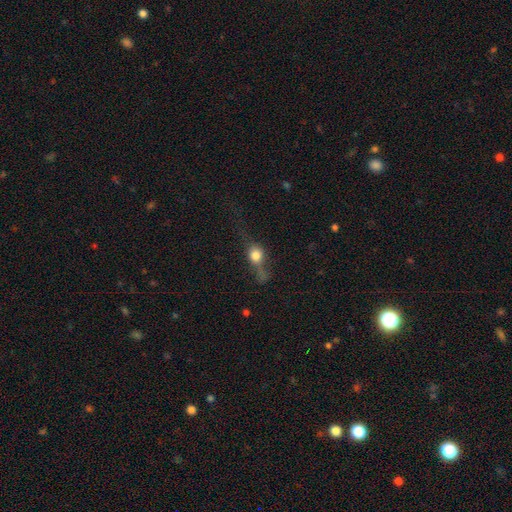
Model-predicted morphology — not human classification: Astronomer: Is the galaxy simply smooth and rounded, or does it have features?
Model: smooth — 59%.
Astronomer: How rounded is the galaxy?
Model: round — 61%.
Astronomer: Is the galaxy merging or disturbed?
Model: none — 37% (runner-up: major disturbance, 33%).